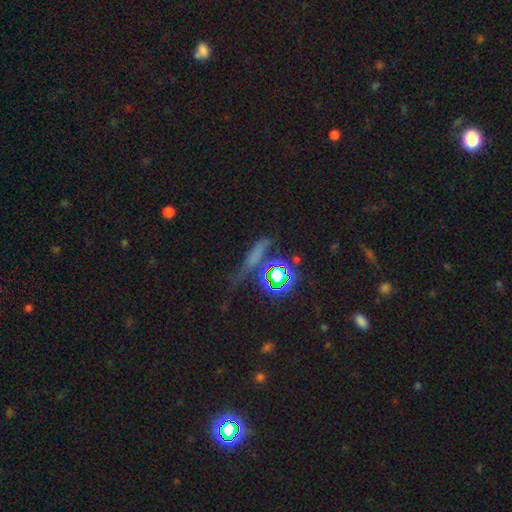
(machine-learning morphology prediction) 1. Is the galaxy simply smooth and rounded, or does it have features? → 43% star or artifact, 39% smooth, 17% featured or disk.